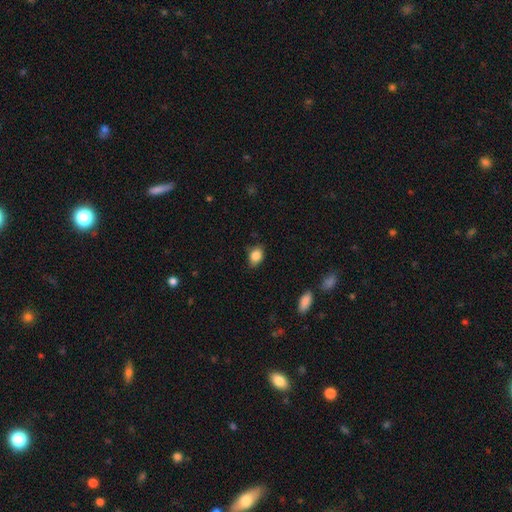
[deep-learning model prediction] Smooth or featured: smooth — 84% (star or artifact — 9%)
How rounded: in between — 77% (round — 22%)
Merging: none — 79% (minor disturbance — 17%)